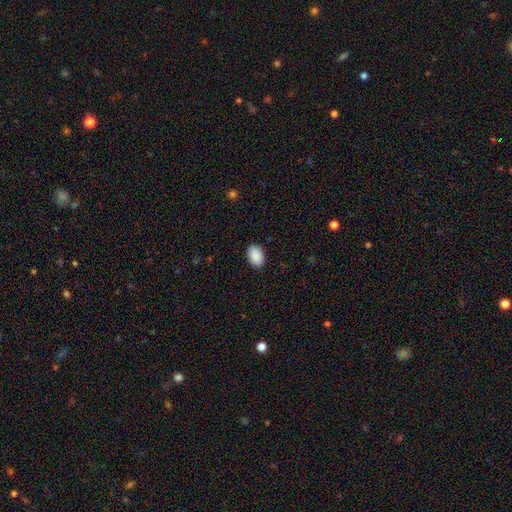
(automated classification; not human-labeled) Smooth or featured? smooth (91%)
How rounded? in between (86%)
Merging? none (89%)